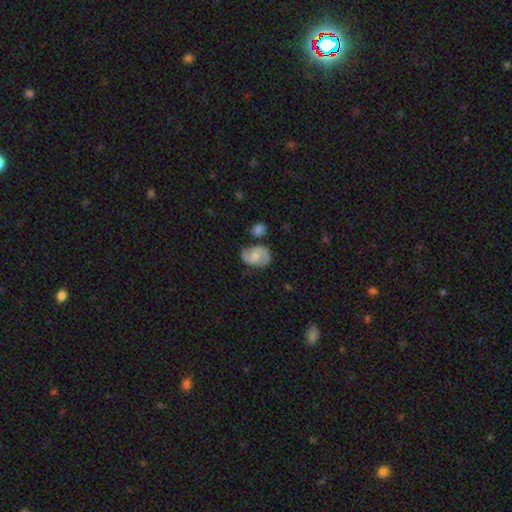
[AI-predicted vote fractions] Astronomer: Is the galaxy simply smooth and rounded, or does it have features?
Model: featured or disk — 71%.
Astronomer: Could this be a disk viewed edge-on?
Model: no — 97%.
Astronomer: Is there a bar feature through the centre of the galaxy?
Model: no — 51% (runner-up: weak, 41%).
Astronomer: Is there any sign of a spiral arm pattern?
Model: yes — 93%.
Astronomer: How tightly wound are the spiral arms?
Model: medium — 52%.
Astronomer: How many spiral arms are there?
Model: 2 — 89%.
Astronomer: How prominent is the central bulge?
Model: moderate — 39% (runner-up: small, 36%).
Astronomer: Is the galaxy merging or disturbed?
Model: none — 66%.